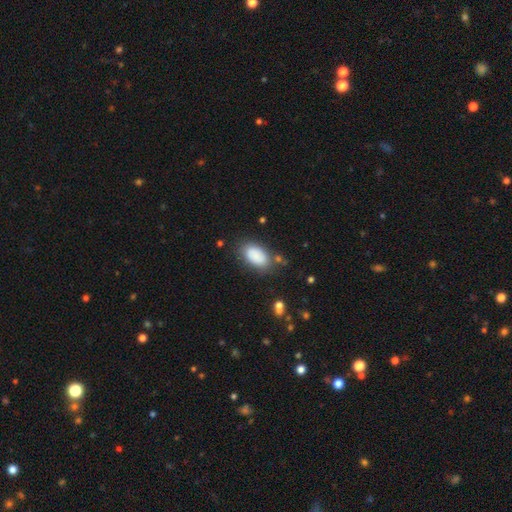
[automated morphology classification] Smooth or featured?
  - smooth: 87% *
  - star or artifact: 7%
  - featured or disk: 6%
How rounded?
  - in between: 93% *
  - round: 5%
  - cigar-shaped: 2%
Merging?
  - none: 75% *
  - minor disturbance: 16%
  - major disturbance: 5%
  - merger: 4%